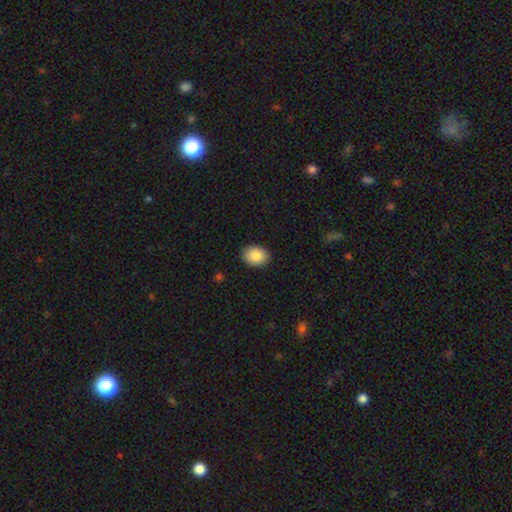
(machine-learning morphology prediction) This appears to be a smooth galaxy with no disk features (88%) that is in between round and cigar-shaped (66%). Merging: none (89%).